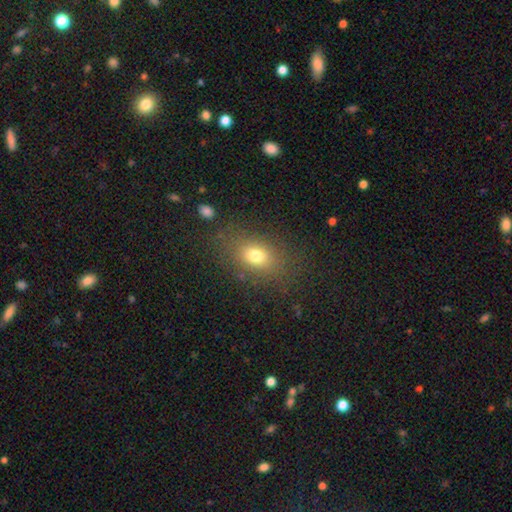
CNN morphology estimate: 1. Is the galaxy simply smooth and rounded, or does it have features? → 73% smooth, 14% star or artifact, 13% featured or disk.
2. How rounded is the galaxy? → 70% in between, 28% round, 2% cigar-shaped.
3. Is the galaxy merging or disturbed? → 78% none, 13% minor disturbance, 7% major disturbance, 2% merger.